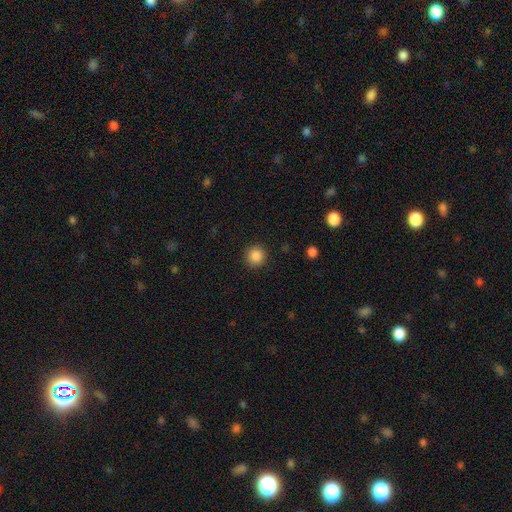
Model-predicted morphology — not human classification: Smooth or featured?
  - smooth: 87% *
  - star or artifact: 10%
  - featured or disk: 3%
How rounded?
  - round: 94% *
  - in between: 5%
  - cigar-shaped: 1%
Merging?
  - none: 91% *
  - minor disturbance: 6%
  - major disturbance: 2%
  - merger: 1%